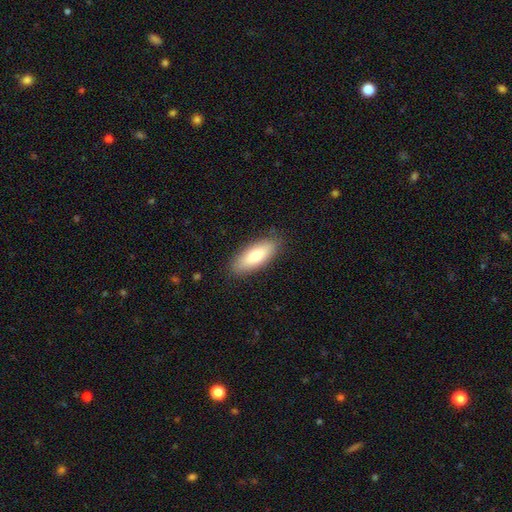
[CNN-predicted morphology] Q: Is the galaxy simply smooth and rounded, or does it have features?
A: smooth — 77%.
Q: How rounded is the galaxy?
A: in between — 68%.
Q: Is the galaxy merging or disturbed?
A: none — 87%.